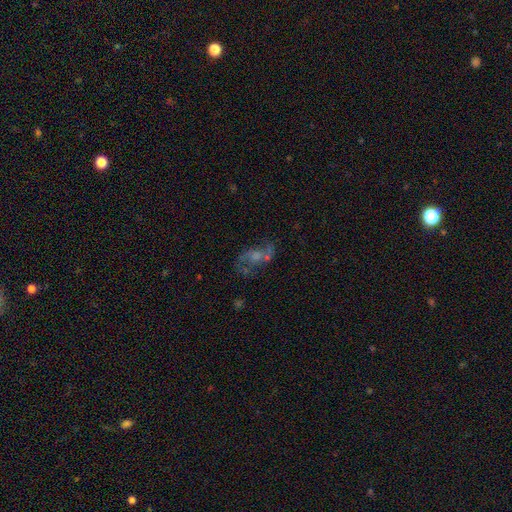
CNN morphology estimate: Smooth or featured: featured or disk — 66% (smooth — 17%)
Edge-on disk: no — 95% (yes — 5%)
Bar: no — 64% (weak — 30%)
Spiral arms: yes — 79% (no — 21%)
Bulge size: moderate — 36% (small — 35%)
Merging: none — 57% (major disturbance — 17%)